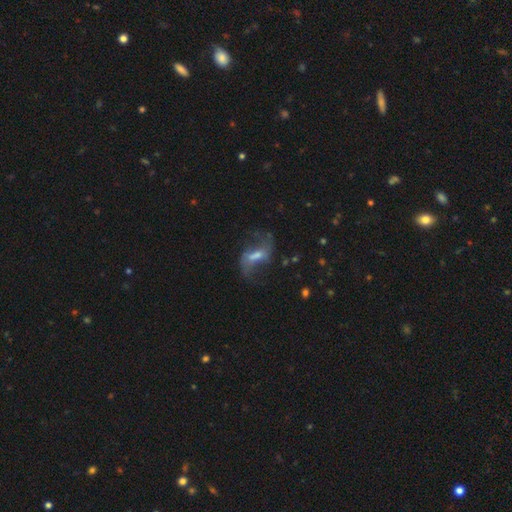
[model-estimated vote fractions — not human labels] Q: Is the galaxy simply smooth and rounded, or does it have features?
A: featured or disk — 73%.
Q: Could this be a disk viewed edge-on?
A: no — 93%.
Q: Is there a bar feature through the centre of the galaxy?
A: weak — 49%.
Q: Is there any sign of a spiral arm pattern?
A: yes — 87%.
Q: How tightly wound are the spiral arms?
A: loose — 76%.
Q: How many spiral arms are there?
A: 2 — 88%.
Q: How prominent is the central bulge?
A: moderate — 42%.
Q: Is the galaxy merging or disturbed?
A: none — 59%.